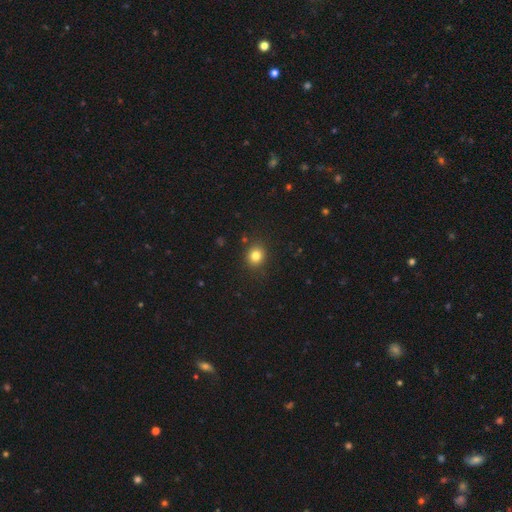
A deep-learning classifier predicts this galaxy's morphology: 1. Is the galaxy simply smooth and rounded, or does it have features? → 81% smooth, 13% star or artifact, 6% featured or disk.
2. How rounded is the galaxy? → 80% round, 19% in between, 1% cigar-shaped.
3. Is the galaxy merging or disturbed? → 88% none, 8% minor disturbance, 2% major disturbance, 2% merger.